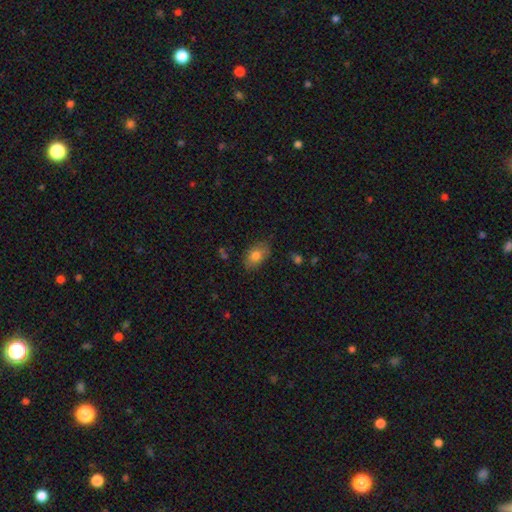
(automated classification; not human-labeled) This appears to be a smooth galaxy with no disk features (80%) that is in between round and cigar-shaped (88%). Merging: none (81%).